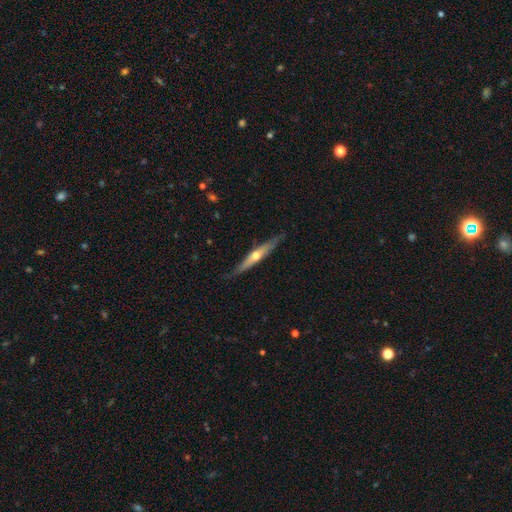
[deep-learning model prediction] Smooth or featured?
  - featured or disk: 66% *
  - smooth: 29%
  - star or artifact: 5%
Edge-on disk?
  - yes: 95% *
  - no: 5%
Edge-on bulge?
  - rounded: 88% *
  - none: 9%
  - boxy: 3%
Merging?
  - none: 83% *
  - minor disturbance: 14%
  - major disturbance: 2%
  - merger: 1%